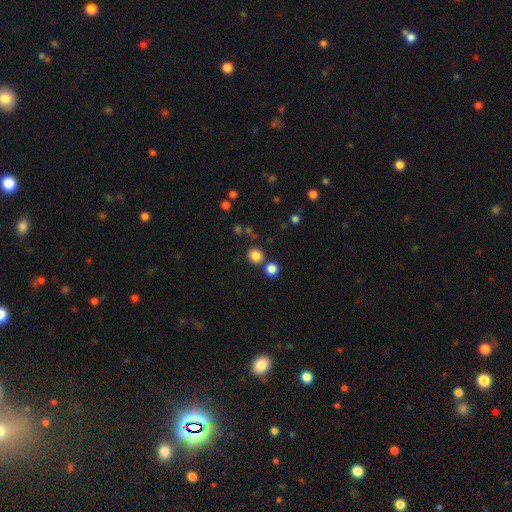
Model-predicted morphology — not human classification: Smooth or featured? Predicted: smooth (p=0.83). How rounded? Predicted: round (p=0.89). Merging? Predicted: none (p=0.76).